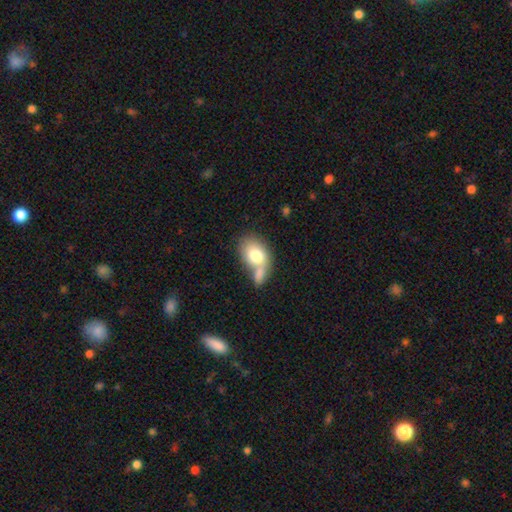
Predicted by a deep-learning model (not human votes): Smooth or featured? Predicted: smooth (p=0.75). How rounded? Predicted: in between (p=0.78). Merging? Predicted: merger (p=0.49).